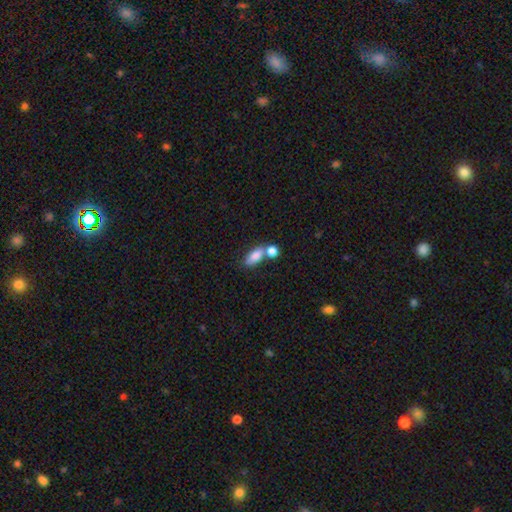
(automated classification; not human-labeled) This appears to be a smooth galaxy with no disk features (82%) that is in between round and cigar-shaped (79%). Merging: none (44%).